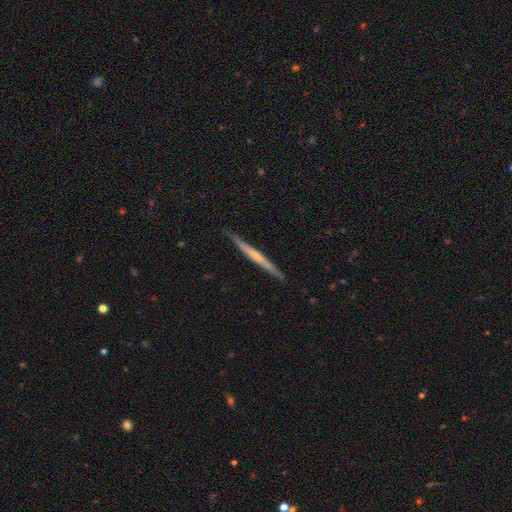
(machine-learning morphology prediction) featured or disk 65%, smooth 30%, star or artifact 6%. Down the decision tree: edge-on disk — yes (97%); edge-on bulge — none (58%); merging — none (87%).